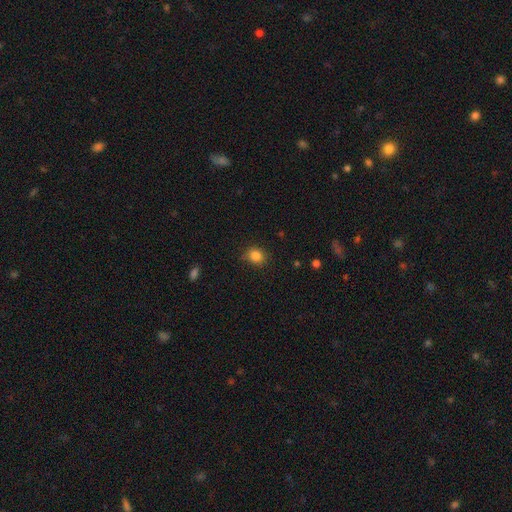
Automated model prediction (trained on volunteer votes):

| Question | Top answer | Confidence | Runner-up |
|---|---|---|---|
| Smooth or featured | smooth | 84% | star or artifact (11%) |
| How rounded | round | 68% | in between (31%) |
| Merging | none | 79% | minor disturbance (16%) |